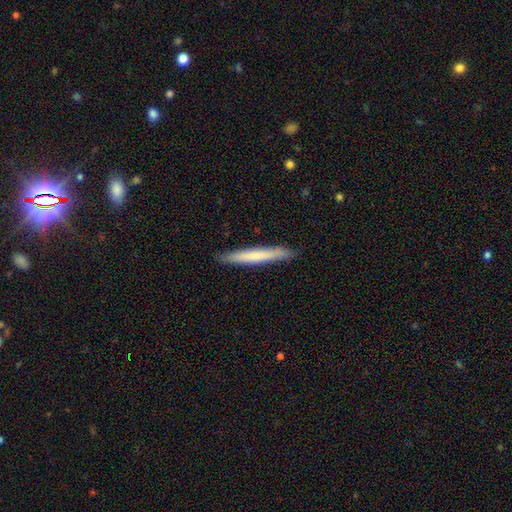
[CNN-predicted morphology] A smooth galaxy with no disk features (65%) that is cigar-shaped (96%).

Vote fractions:
- Smooth or featured? smooth: 65% / featured or disk: 30% / star or artifact: 5%
- How rounded? cigar-shaped: 96% / in between: 3% / round: 1%
- Merging? none: 90% / minor disturbance: 8% / major disturbance: 1% / merger: 1%